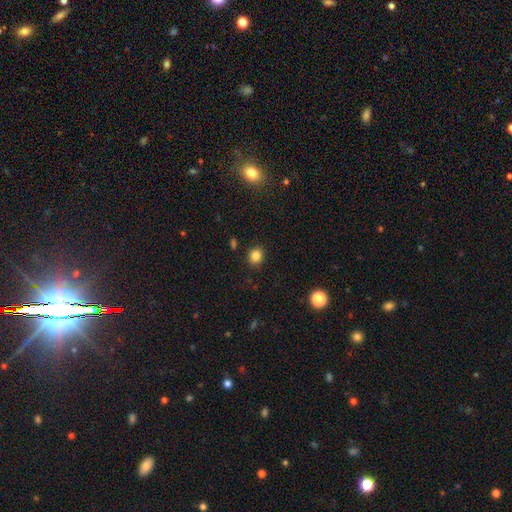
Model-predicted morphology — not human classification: A smooth galaxy with no disk features (84%) that is round (74%).

Vote fractions:
- Smooth or featured? smooth: 84% / star or artifact: 12% / featured or disk: 5%
- How rounded? round: 74% / in between: 25% / cigar-shaped: 1%
- Merging? none: 88% / minor disturbance: 8% / major disturbance: 2% / merger: 2%